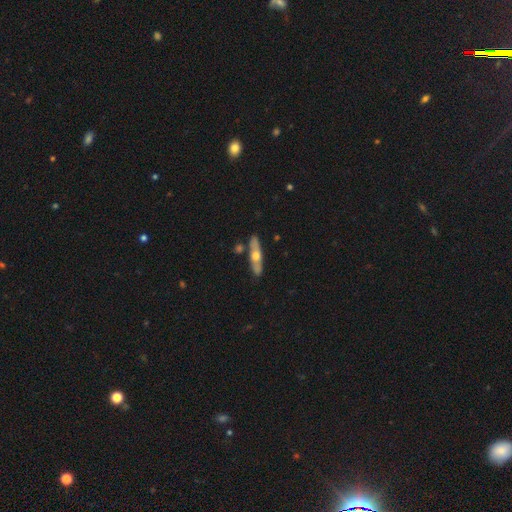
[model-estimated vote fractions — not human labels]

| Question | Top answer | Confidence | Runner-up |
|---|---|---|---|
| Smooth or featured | featured or disk | 55% | smooth (39%) |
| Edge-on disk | yes | 74% | no (26%) |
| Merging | none | 81% | minor disturbance (11%) |